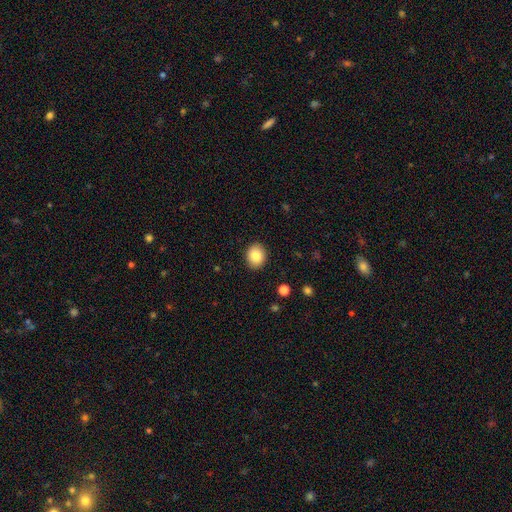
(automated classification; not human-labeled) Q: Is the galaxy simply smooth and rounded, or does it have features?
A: smooth — 84%.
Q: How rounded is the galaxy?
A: round — 57%.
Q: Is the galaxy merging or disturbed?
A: none — 90%.